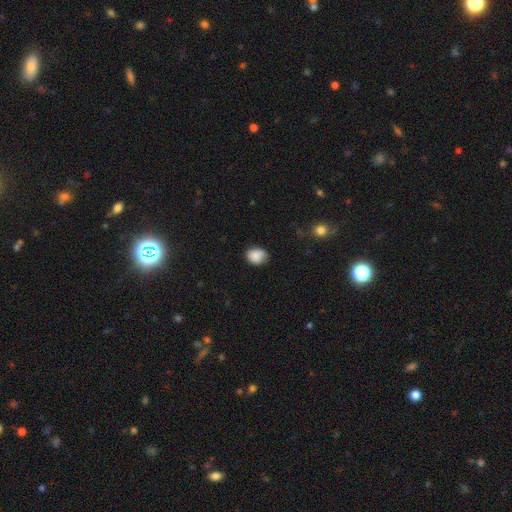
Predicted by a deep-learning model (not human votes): Smooth or featured: smooth — 84% (star or artifact — 8%)
How rounded: round — 55% (in between — 44%)
Merging: none — 68% (minor disturbance — 25%)